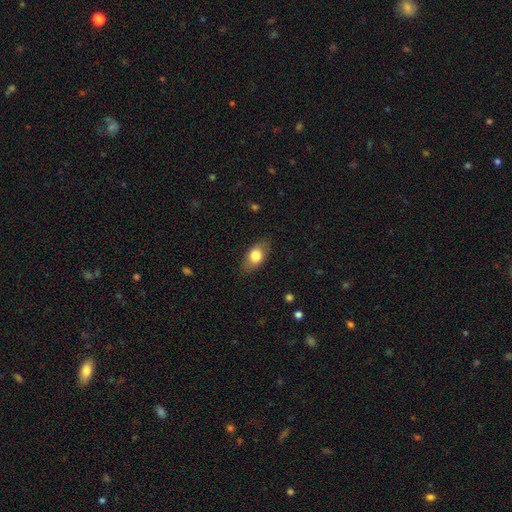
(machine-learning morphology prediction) Q: Smooth or featured?
A: smooth (78%); runner-up: featured or disk (16%)
Q: How rounded?
A: in between (88%); runner-up: round (8%)
Q: Merging?
A: none (81%); runner-up: minor disturbance (14%)